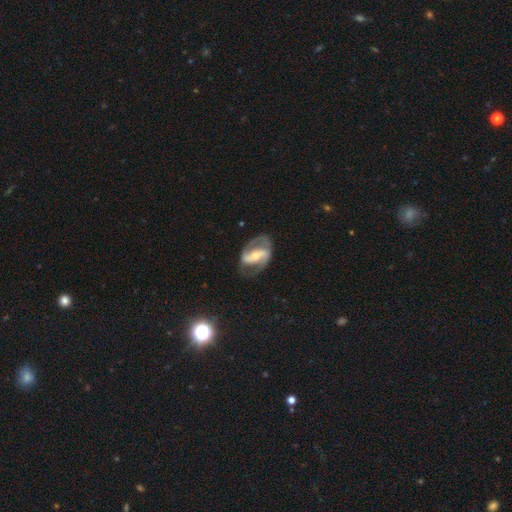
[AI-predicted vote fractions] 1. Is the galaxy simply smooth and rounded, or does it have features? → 83% featured or disk, 12% smooth, 5% star or artifact.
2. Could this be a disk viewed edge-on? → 96% no, 4% yes.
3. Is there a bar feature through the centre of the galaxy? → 61% strong, 25% weak, 14% no.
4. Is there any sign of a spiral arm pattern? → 88% yes, 12% no.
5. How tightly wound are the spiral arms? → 47% medium, 30% loose, 23% tight.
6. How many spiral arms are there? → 88% 2, 6% can't tell, 3% 1, 1% 3, 1% 4, 1% more than 4.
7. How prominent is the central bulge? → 49% moderate, 44% small, 4% large, 2% none, 1% dominant.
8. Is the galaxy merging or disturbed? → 69% none, 18% minor disturbance, 12% major disturbance, 2% merger.